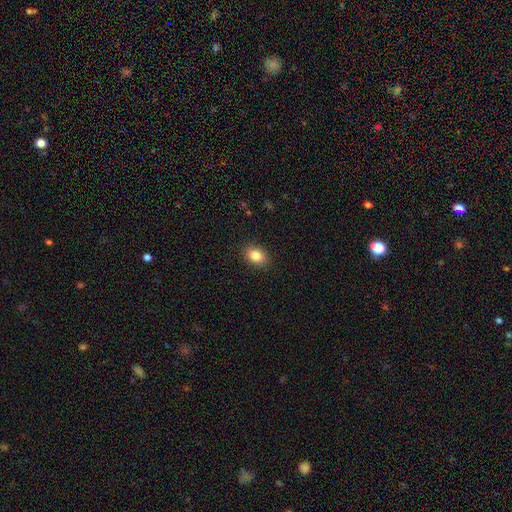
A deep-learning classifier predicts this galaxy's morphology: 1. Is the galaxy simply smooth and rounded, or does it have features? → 85% smooth, 9% star or artifact, 7% featured or disk.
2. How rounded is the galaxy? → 73% in between, 26% round, 1% cigar-shaped.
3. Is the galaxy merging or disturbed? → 89% none, 8% minor disturbance, 2% major disturbance, 1% merger.